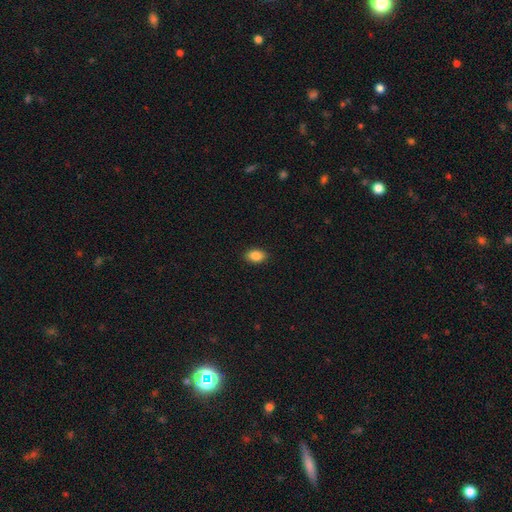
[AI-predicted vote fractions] smooth_or_featured: smooth (p=0.86) [alt: star or artifact p=0.08]
how_rounded: in between (p=0.87) [alt: round p=0.11]
merging: none (p=0.90) [alt: minor disturbance p=0.07]